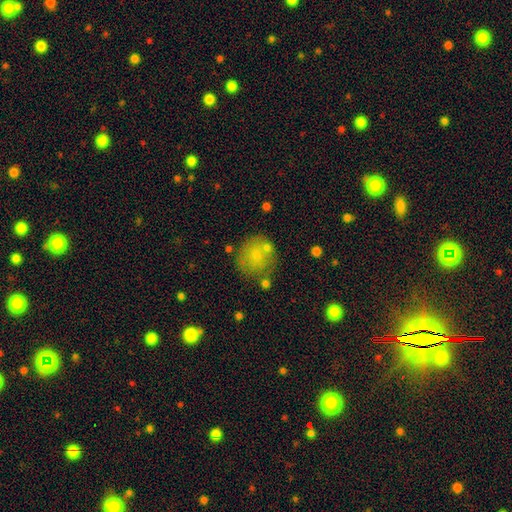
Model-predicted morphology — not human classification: The model was most divided on "merging": none: 64%, minor disturbance: 18%, merger: 10%, major disturbance: 8%. More confident: how rounded — round (85%); smooth or featured — smooth (73%).